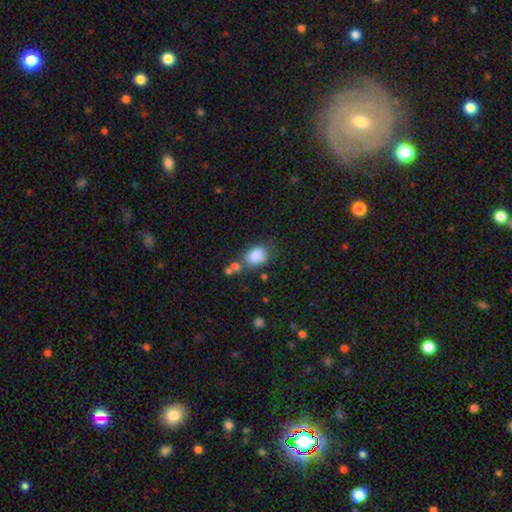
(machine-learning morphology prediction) A smooth galaxy with no disk features (82%) that is in between round and cigar-shaped (78%). Merging: none (48%).